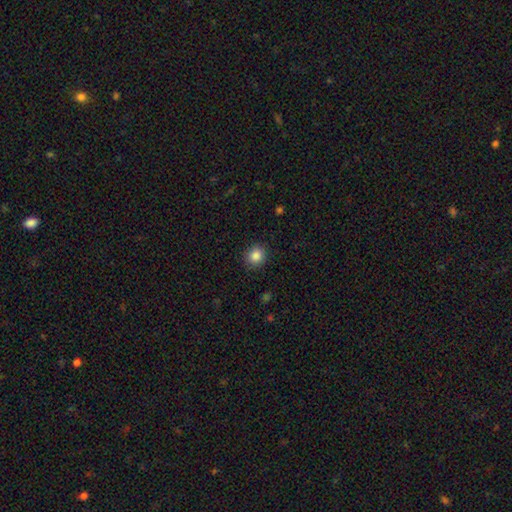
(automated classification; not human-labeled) Smooth or featured? Predicted: smooth (p=0.86). How rounded? Predicted: round (p=0.83). Merging? Predicted: none (p=0.89).